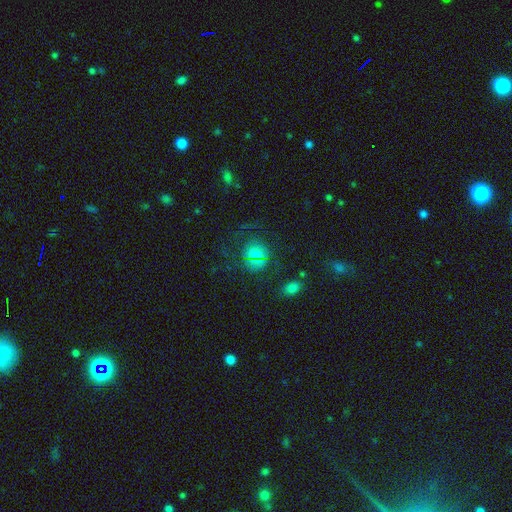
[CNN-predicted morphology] This is possibly a smooth galaxy (57%). How rounded: likely round (79%). Merging: likely none (66%).